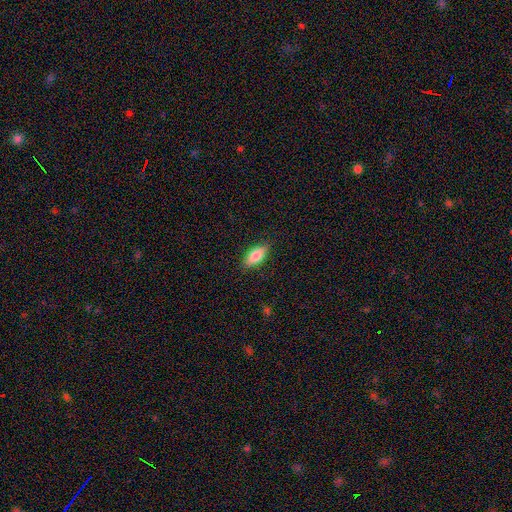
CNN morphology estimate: Smooth or featured: smooth — 80% (featured or disk — 13%)
How rounded: in between — 82% (cigar-shaped — 15%)
Merging: none — 86% (minor disturbance — 11%)